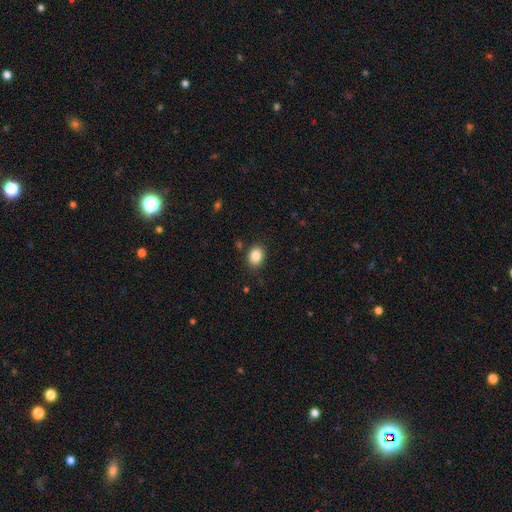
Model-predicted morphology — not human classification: type=smooth (86%); roundness=in between (50%, tied with round); merging=none (86%).